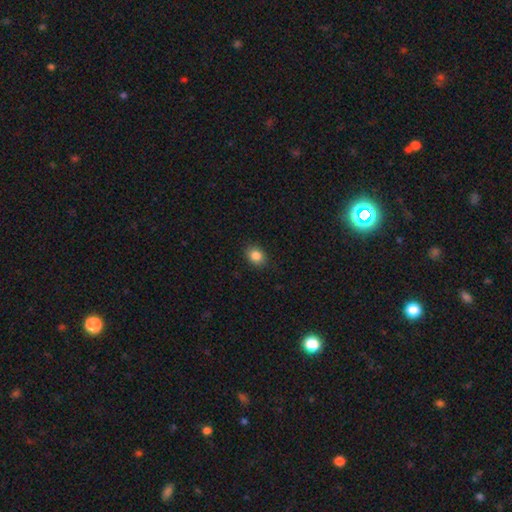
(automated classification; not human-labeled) Morphology: type=smooth (85%); roundness=in between (59%); merging=none (88%).